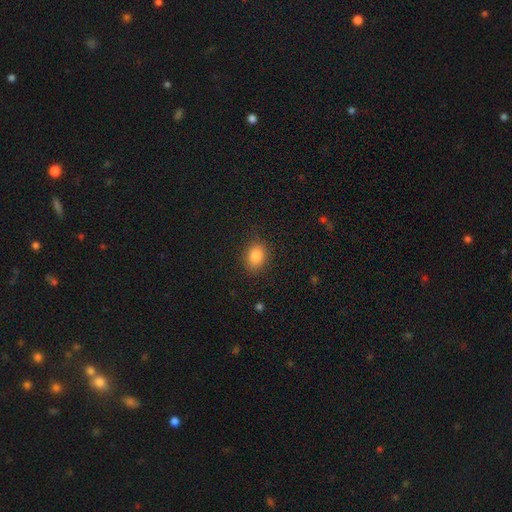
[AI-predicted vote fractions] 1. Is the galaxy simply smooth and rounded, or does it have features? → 85% smooth, 10% star or artifact, 6% featured or disk.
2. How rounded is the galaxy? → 62% in between, 36% round, 1% cigar-shaped.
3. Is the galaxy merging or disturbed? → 84% none, 12% minor disturbance, 3% major disturbance, 1% merger.